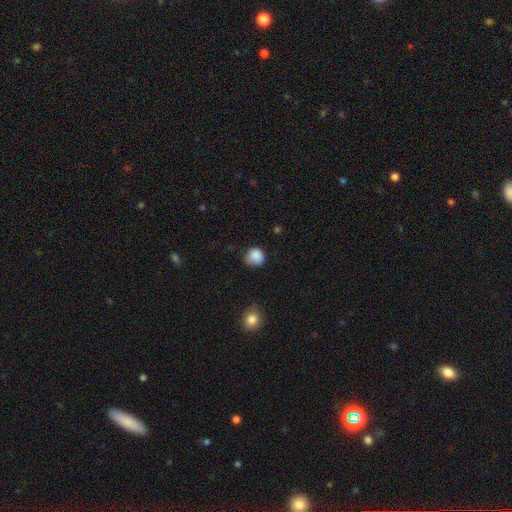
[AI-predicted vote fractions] A smooth galaxy with no disk features (87%) that is round (86%). Merging: none (69%).